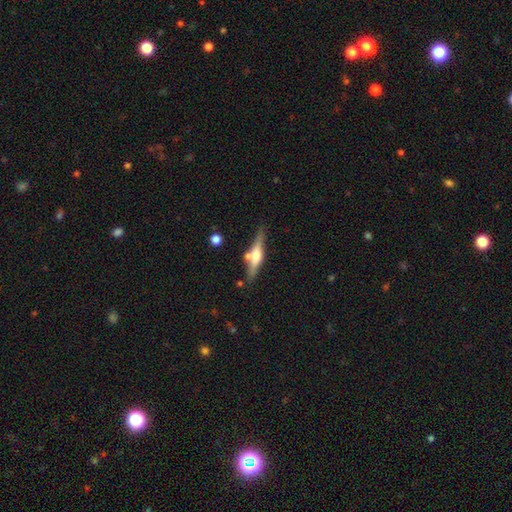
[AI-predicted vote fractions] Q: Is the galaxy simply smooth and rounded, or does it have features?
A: featured or disk — 64%.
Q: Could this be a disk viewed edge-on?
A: yes — 95%.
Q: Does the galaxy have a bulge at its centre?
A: rounded — 91%.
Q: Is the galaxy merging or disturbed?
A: none — 75%.